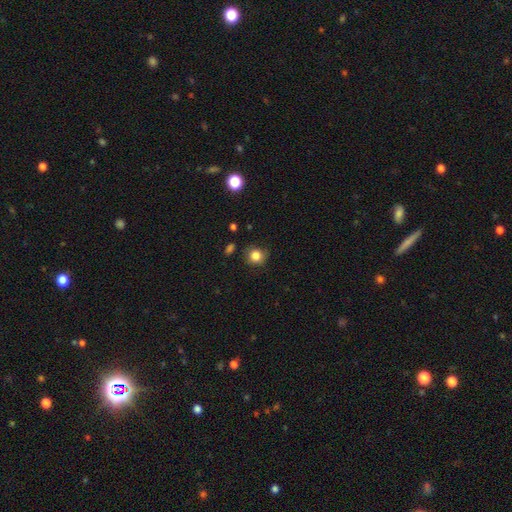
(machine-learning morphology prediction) Smooth or featured? smooth (84%)
How rounded? round (86%)
Merging? none (81%)